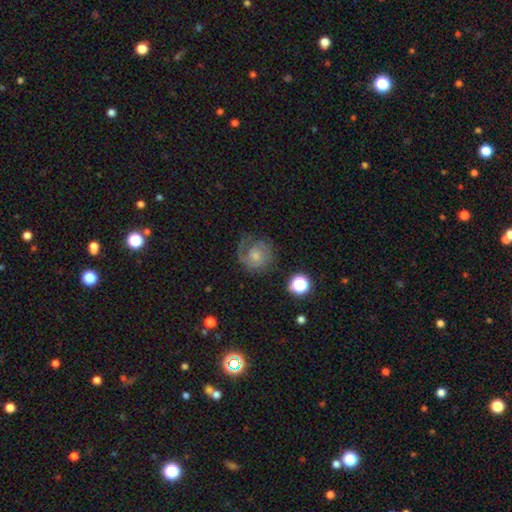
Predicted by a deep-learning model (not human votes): Smooth or featured? featured or disk (63%)
Edge-on disk? no (97%)
Bar? no (74%)
Spiral arms? yes (86%)
Spiral winding? tight (57%)
Spiral arm count? 1 (33%)
Bulge size? small (49%)
Merging? none (66%)